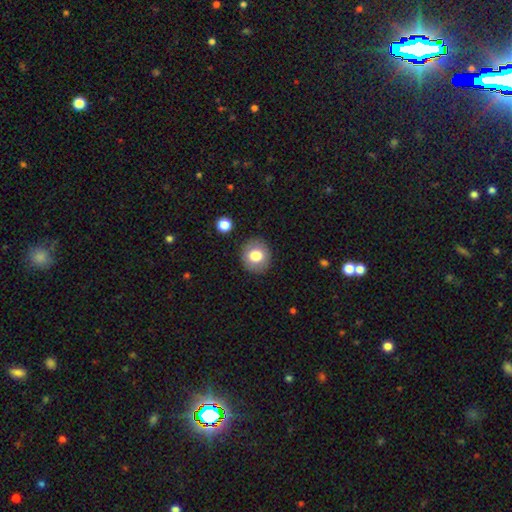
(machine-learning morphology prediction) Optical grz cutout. It shows a smooth galaxy with no disk features (77%) that is round (86%). Merging: none (89%).